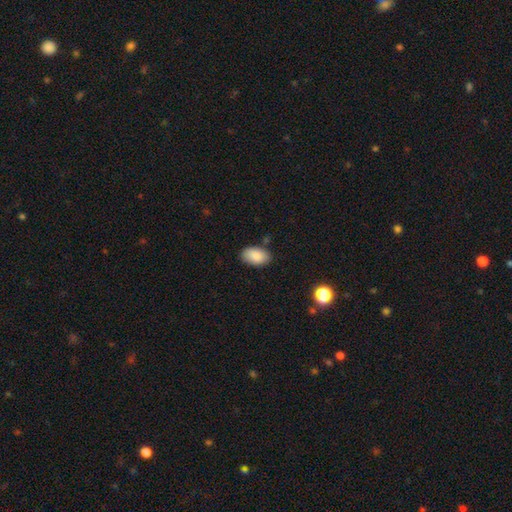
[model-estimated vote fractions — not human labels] The model was most divided on "merging": none: 82%, minor disturbance: 13%, major disturbance: 3%, merger: 3%. More confident: how rounded — in between (93%); smooth or featured — smooth (88%).